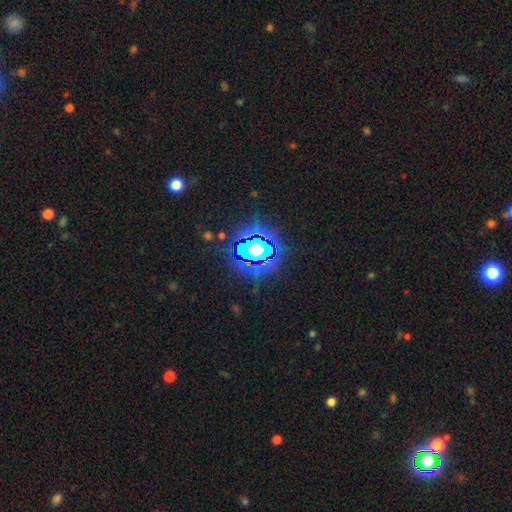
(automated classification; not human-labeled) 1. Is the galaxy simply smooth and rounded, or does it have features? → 63% star or artifact, 23% smooth, 14% featured or disk.